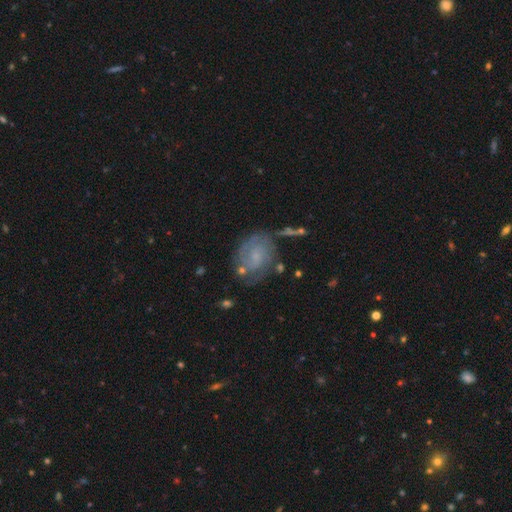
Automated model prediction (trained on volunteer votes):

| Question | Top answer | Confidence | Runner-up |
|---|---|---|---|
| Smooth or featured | featured or disk | 66% | smooth (25%) |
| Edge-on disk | no | 97% | yes (3%) |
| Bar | no | 64% | weak (31%) |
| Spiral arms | yes | 85% | no (15%) |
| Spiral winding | tight | 53% | medium (34%) |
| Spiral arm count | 2 | 46% | can't tell (34%) |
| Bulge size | small | 56% | none (20%) |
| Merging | none | 59% | minor disturbance (22%) |